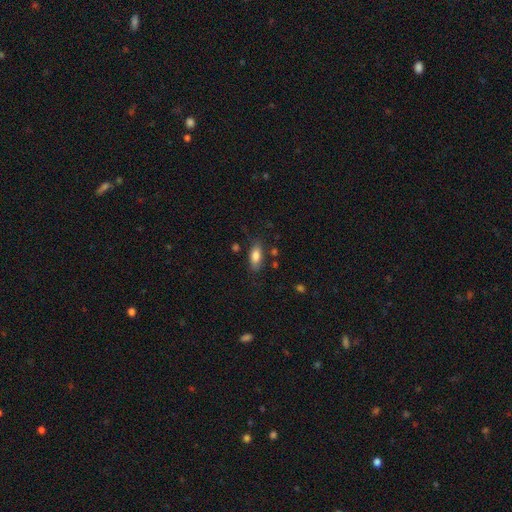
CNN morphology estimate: Smooth or featured: smooth — 81% (featured or disk — 12%)
How rounded: in between — 81% (cigar-shaped — 16%)
Merging: none — 76% (minor disturbance — 16%)